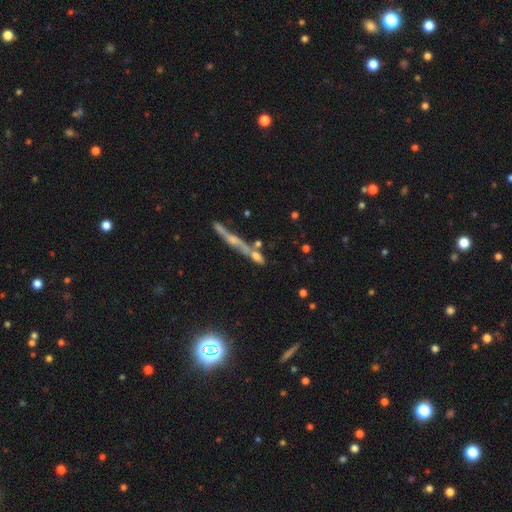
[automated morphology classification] This appears to be a smooth galaxy with no disk features (52%) that is cigar-shaped (52%). Merging: none (42%).